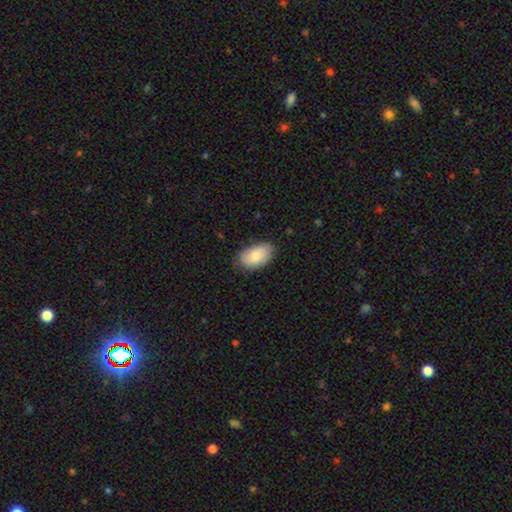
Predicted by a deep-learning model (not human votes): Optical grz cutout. It shows a smooth galaxy with no disk features (83%) that is in between round and cigar-shaped (94%). Merging: none (77%).